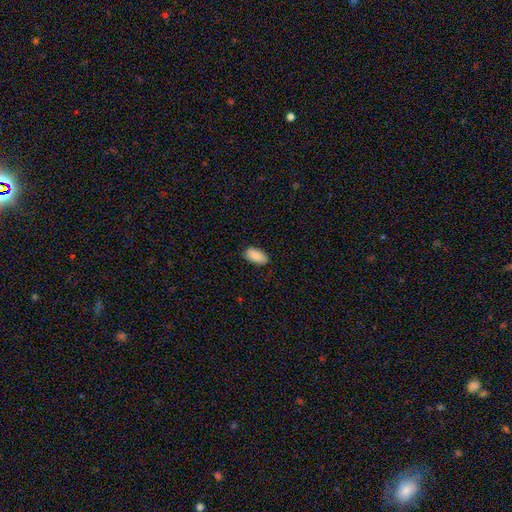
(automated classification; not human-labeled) Q: Smooth or featured?
A: smooth (89%); runner-up: star or artifact (6%)
Q: How rounded?
A: in between (94%); runner-up: cigar-shaped (3%)
Q: Merging?
A: none (84%); runner-up: minor disturbance (13%)